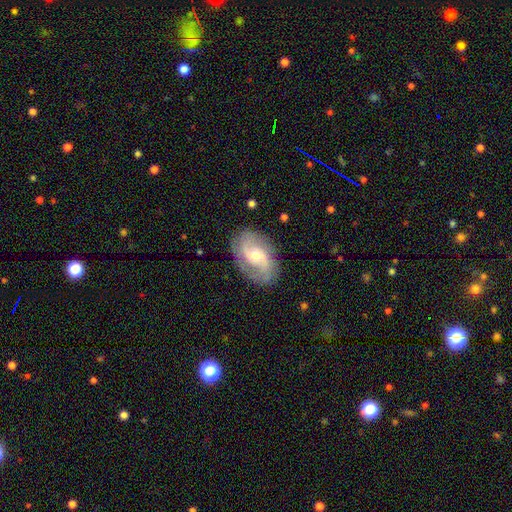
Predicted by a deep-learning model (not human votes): This is clearly a featured or disk galaxy (82%). It is clearly not viewed edge-on (97%). Bar: possibly no (49%). Spiral arm pattern: clearly yes (95%). Spiral arm count: likely 2 (78%). Spiral winding: possibly medium (48%). Central bulge: possibly moderate (55%). Merging: clearly none (81%).